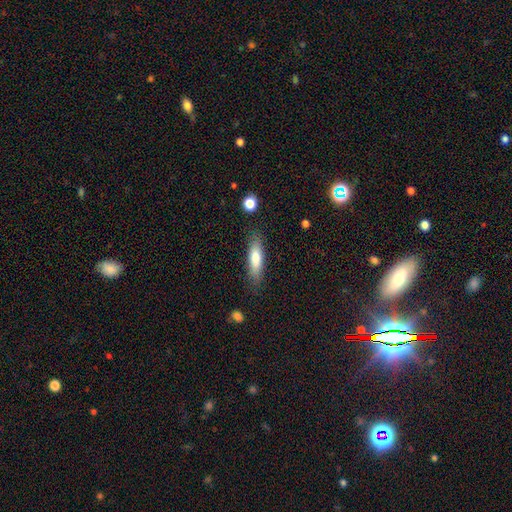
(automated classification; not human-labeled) This appears to be a smooth galaxy with no disk features (73%) that is cigar-shaped (67%). Merging: none (84%).